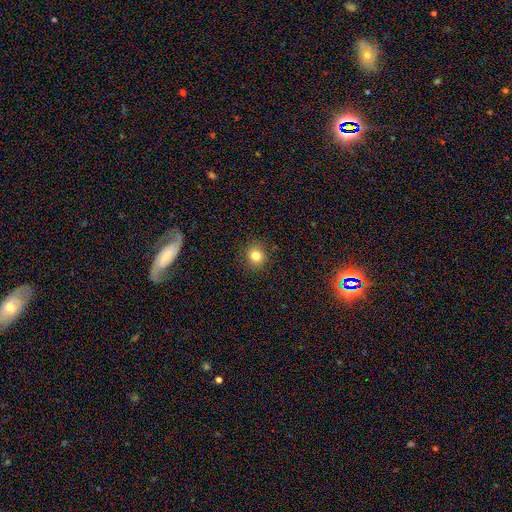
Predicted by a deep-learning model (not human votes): Smooth or featured: smooth — 81% (star or artifact — 13%)
How rounded: round — 87% (in between — 12%)
Merging: none — 90% (minor disturbance — 7%)